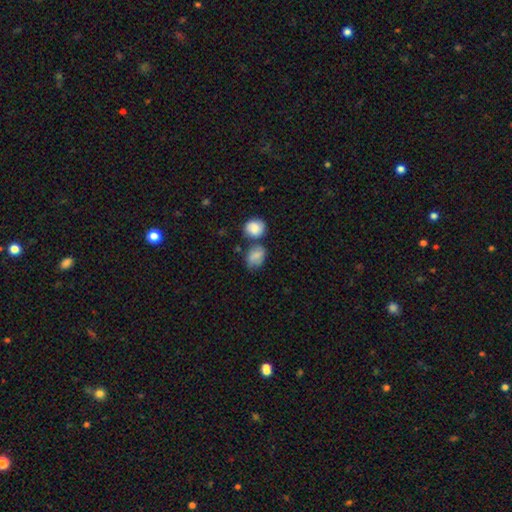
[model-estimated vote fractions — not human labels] smooth_or_featured: smooth (p=0.76) [alt: featured or disk p=0.15]
how_rounded: in between (p=0.62) [alt: round p=0.37]
merging: none (p=0.44) [alt: merger p=0.25]